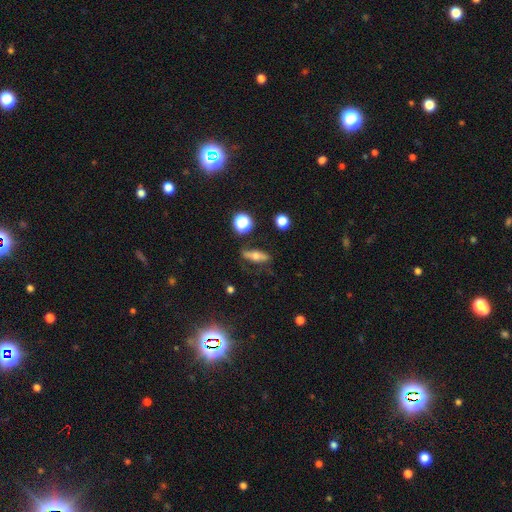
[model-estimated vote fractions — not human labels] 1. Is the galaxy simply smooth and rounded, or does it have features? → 49% smooth, 39% featured or disk, 12% star or artifact.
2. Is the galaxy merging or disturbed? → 74% none, 17% minor disturbance, 6% major disturbance, 3% merger.